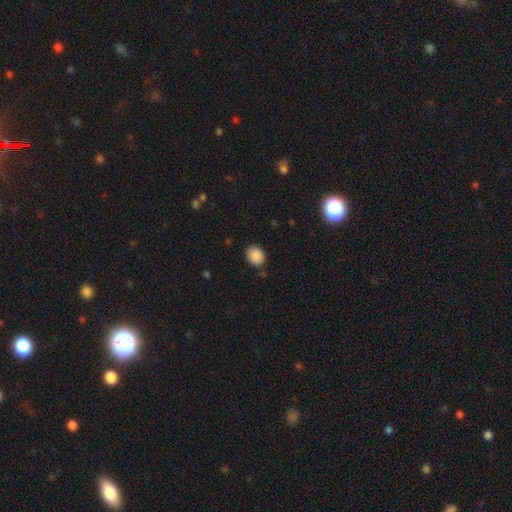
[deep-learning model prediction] Overall: smooth (88%). How rounded: round (56%; in between 43%). Merging: none (84%).